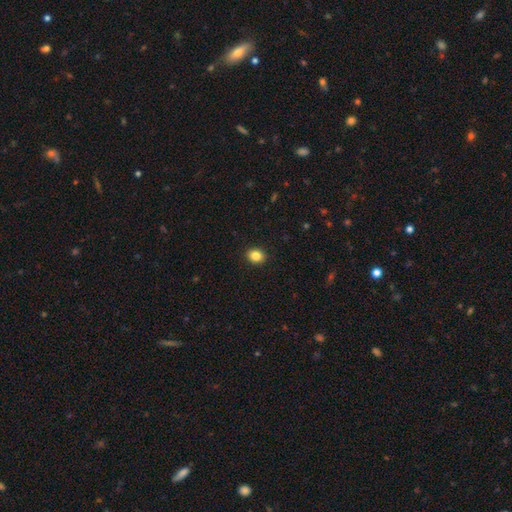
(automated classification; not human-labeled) This appears to be a smooth galaxy with no disk features (85%) that is round (59%). Merging: none (91%).